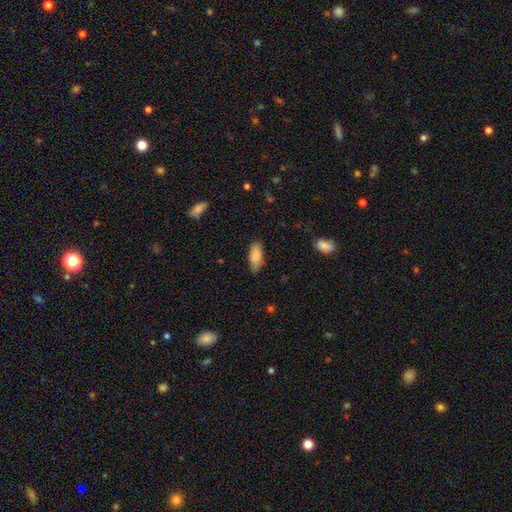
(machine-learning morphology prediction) The model was most divided on "merging": none: 75%, minor disturbance: 20%, major disturbance: 4%, merger: 2%. More confident: smooth or featured — smooth (87%); how rounded — in between (78%).